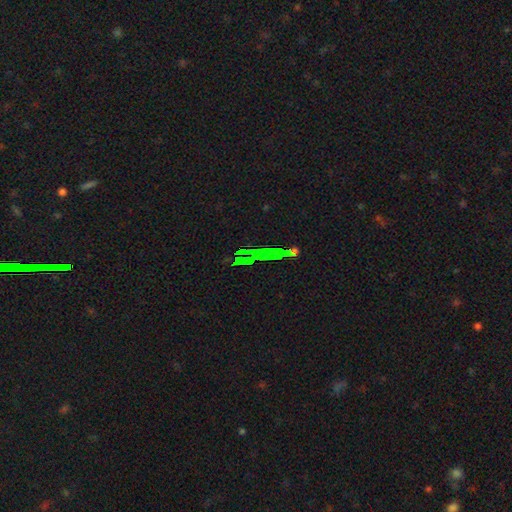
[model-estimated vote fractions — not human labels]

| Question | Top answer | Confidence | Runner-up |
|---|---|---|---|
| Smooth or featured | star or artifact | 57% | smooth (22%) |